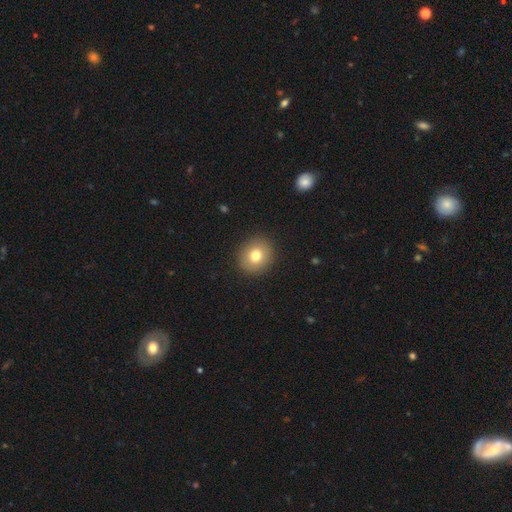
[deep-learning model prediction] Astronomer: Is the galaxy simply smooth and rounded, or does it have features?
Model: smooth — 77%.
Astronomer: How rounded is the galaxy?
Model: round — 85%.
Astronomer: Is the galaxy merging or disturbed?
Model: none — 91%.